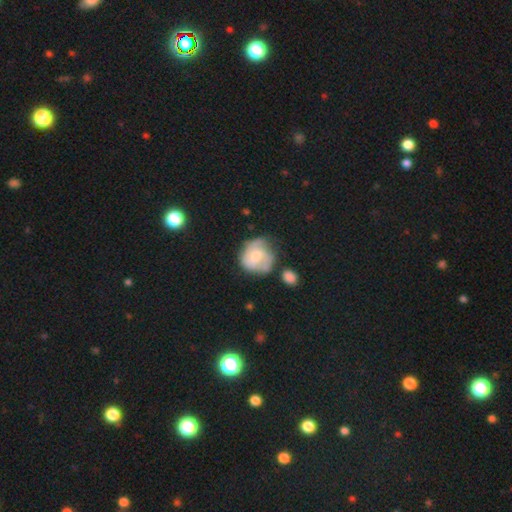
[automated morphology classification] Smooth or featured? featured or disk (55%)
Edge-on disk? no (97%)
Bar? no (61%)
Spiral arms? yes (80%)
Bulge size? moderate (50%)
Merging? none (51%)